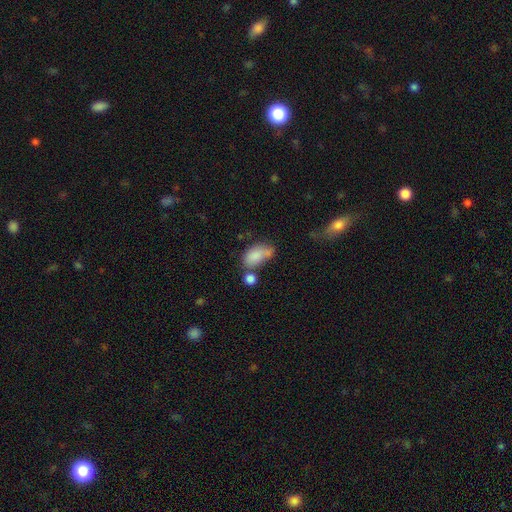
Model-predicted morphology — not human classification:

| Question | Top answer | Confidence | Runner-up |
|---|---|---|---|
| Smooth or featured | smooth | 80% | featured or disk (11%) |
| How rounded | in between | 90% | round (7%) |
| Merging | none | 36% | merger (27%) |